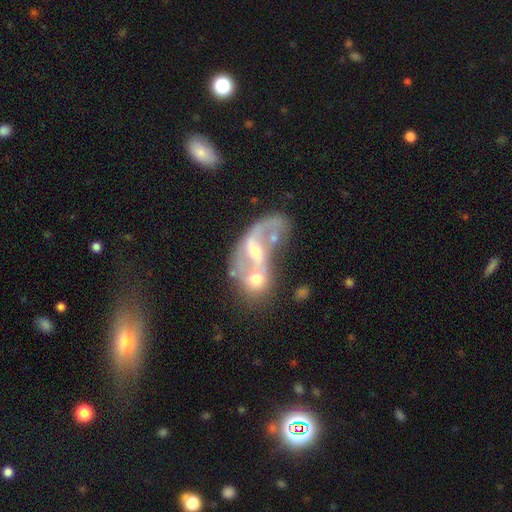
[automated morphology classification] Smooth or featured?
  - featured or disk: 68% *
  - smooth: 21%
  - star or artifact: 11%
Edge-on disk?
  - no: 95% *
  - yes: 5%
Bar?
  - no: 60% *
  - weak: 29%
  - strong: 11%
Spiral arms?
  - yes: 60% *
  - no: 40%
Bulge size?
  - moderate: 49% *
  - small: 37%
  - none: 7%
  - large: 5%
  - dominant: 2%
Merging?
  - merger: 68% *
  - major disturbance: 14%
  - none: 12%
  - minor disturbance: 6%